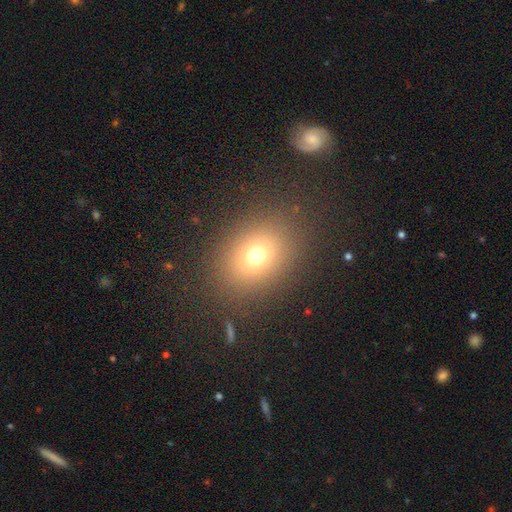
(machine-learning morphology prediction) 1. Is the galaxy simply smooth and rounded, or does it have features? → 71% smooth, 18% star or artifact, 11% featured or disk.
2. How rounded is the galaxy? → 50% in between, 49% round, 1% cigar-shaped.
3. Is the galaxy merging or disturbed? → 85% none, 8% minor disturbance, 5% major disturbance, 2% merger.